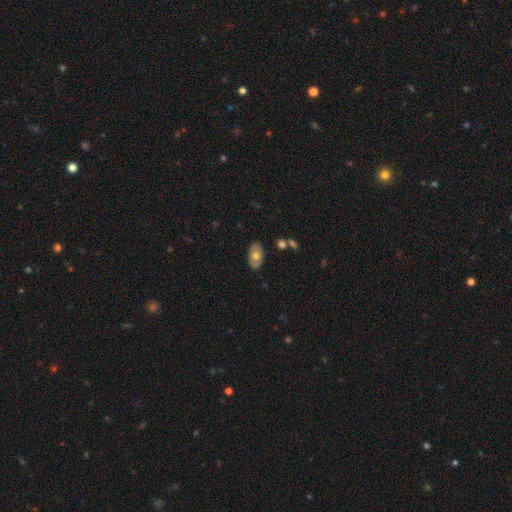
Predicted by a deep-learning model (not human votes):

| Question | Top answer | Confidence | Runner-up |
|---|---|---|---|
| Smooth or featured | smooth | 60% | featured or disk (34%) |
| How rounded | in between | 91% | round (7%) |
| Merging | none | 84% | minor disturbance (12%) |